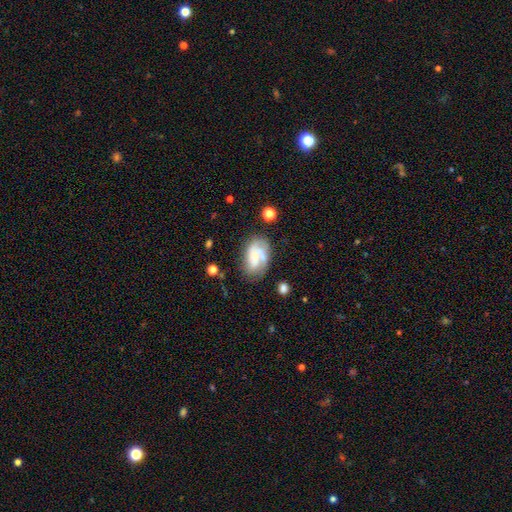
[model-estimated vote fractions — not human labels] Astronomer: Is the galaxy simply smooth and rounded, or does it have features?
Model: featured or disk — 53% (runner-up: smooth, 38%).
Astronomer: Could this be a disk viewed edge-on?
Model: no — 96%.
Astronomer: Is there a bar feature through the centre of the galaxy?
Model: no — 62%.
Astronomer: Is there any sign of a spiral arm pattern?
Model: yes — 73%.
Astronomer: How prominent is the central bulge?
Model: none — 36% (runner-up: small, 34%).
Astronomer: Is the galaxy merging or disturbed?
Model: none — 51%.